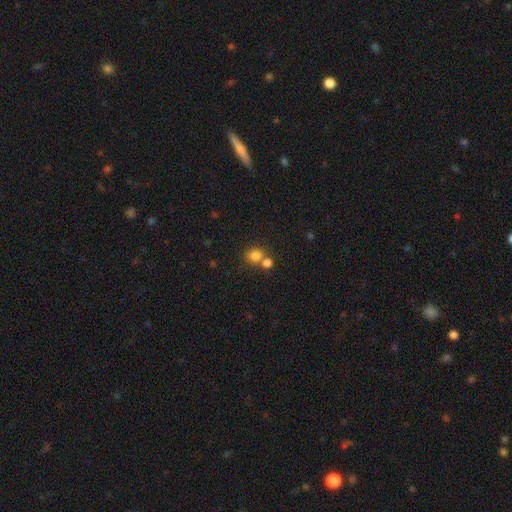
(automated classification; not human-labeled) Smooth or featured? Predicted: smooth (p=0.80). How rounded? Predicted: round (p=0.78). Merging? Predicted: none (p=0.54).